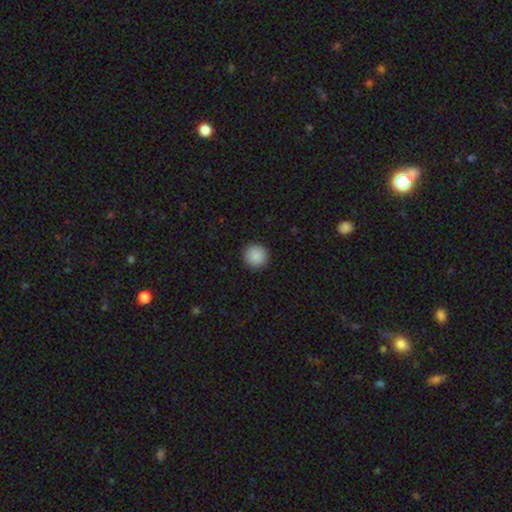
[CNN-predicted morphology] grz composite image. It shows a smooth galaxy with no disk features (90%) that is round (95%). Merging: none (93%).